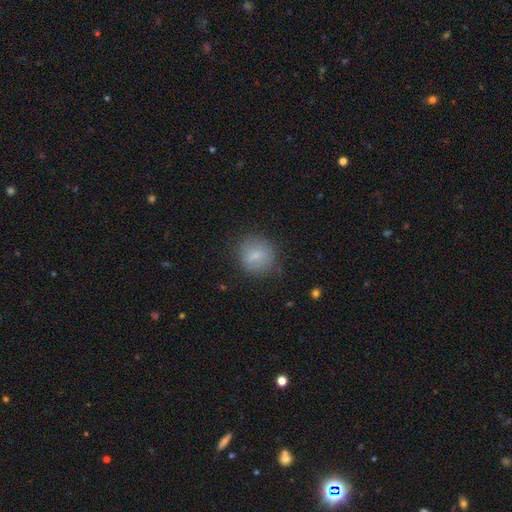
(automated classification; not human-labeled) Smooth or featured: smooth — 70% (featured or disk — 21%)
How rounded: round — 80% (in between — 18%)
Merging: none — 79% (minor disturbance — 15%)